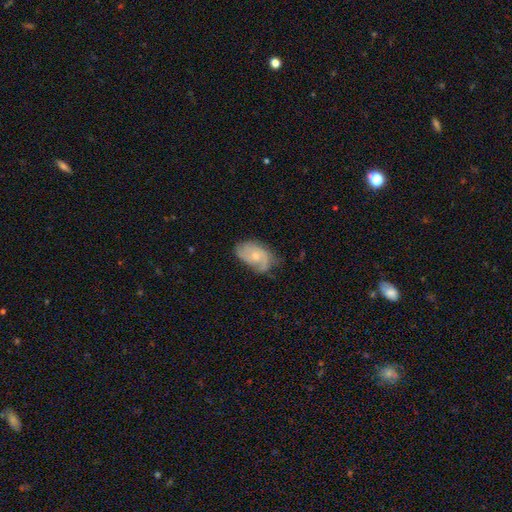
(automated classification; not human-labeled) Smooth or featured?
  - featured or disk: 60% *
  - smooth: 34%
  - star or artifact: 7%
Edge-on disk?
  - no: 96% *
  - yes: 4%
Bar?
  - no: 78% *
  - weak: 19%
  - strong: 3%
Spiral arms?
  - yes: 84% *
  - no: 16%
Bulge size?
  - small: 54% *
  - moderate: 42%
  - none: 2%
  - large: 1%
  - dominant: 1%
Merging?
  - none: 54% *
  - minor disturbance: 33%
  - major disturbance: 11%
  - merger: 2%